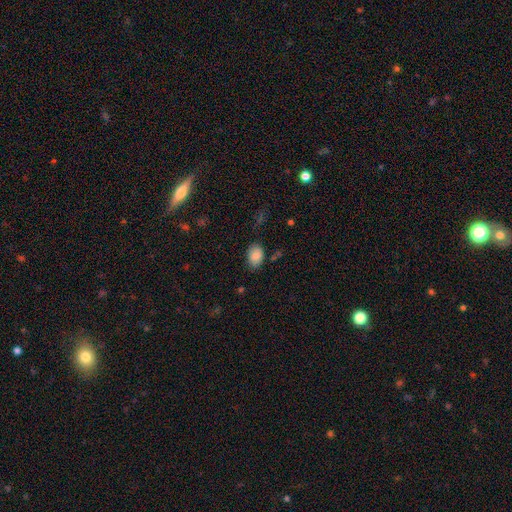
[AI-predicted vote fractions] A smooth galaxy with no disk features (87%) that is in between round and cigar-shaped (81%). Merging: none (75%).